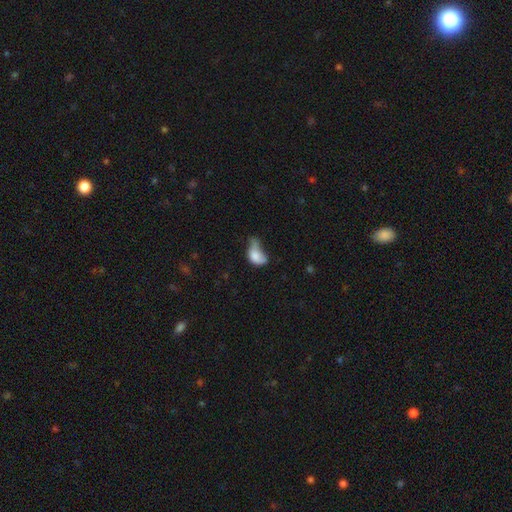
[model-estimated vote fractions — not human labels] Smooth or featured?
  - smooth: 72% *
  - featured or disk: 18%
  - star or artifact: 9%
How rounded?
  - in between: 84% *
  - round: 14%
  - cigar-shaped: 2%
Merging?
  - major disturbance: 40% *
  - minor disturbance: 29%
  - none: 16%
  - merger: 15%